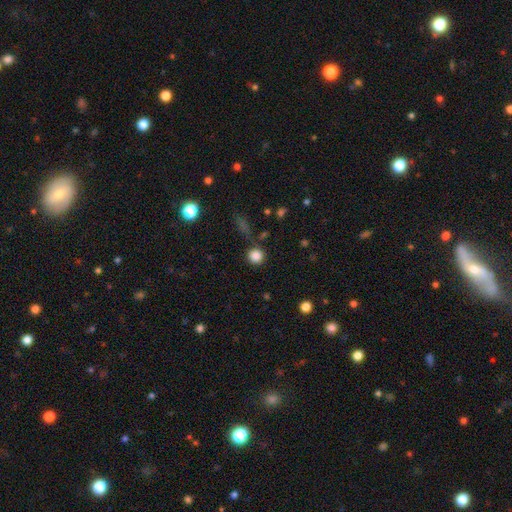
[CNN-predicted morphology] smooth 84%, star or artifact 12%, featured or disk 4%. Down the decision tree: how rounded — round (94%); merging — none (83%).